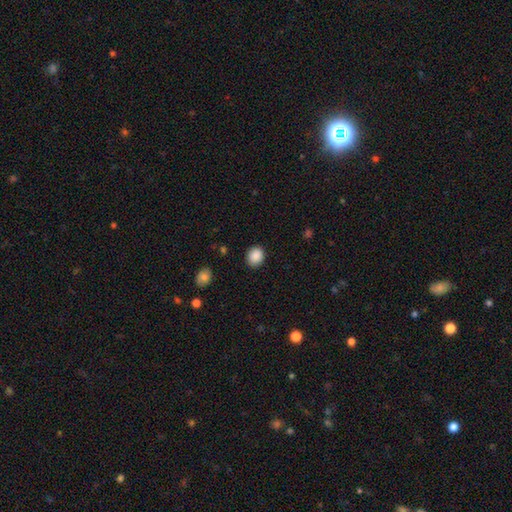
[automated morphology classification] Smooth or featured?
  - smooth: 89% *
  - star or artifact: 8%
  - featured or disk: 3%
How rounded?
  - round: 61% *
  - in between: 38%
  - cigar-shaped: 1%
Merging?
  - none: 89% *
  - minor disturbance: 8%
  - major disturbance: 2%
  - merger: 1%